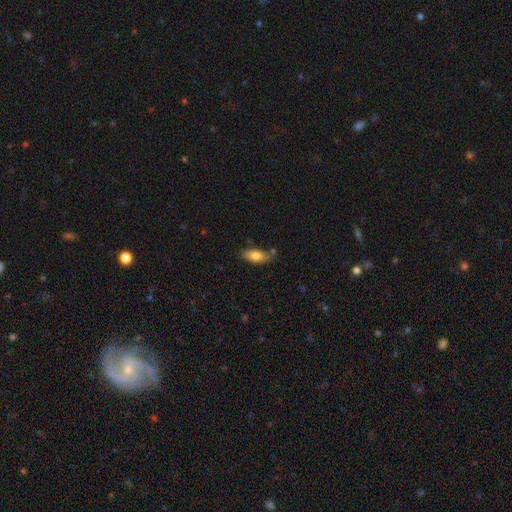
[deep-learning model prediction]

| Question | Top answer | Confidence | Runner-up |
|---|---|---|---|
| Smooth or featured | smooth | 77% | featured or disk (16%) |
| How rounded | in between | 75% | cigar-shaped (22%) |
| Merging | none | 75% | minor disturbance (16%) |